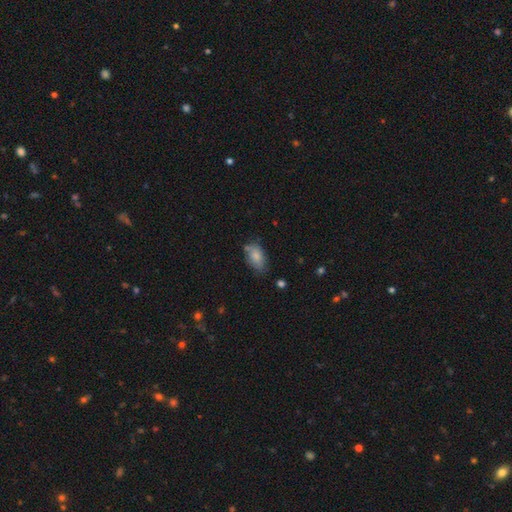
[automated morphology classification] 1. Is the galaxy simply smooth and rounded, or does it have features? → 80% smooth, 13% featured or disk, 8% star or artifact.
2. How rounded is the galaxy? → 91% in between, 6% round, 3% cigar-shaped.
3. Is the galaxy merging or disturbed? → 62% none, 27% minor disturbance, 6% major disturbance, 5% merger.